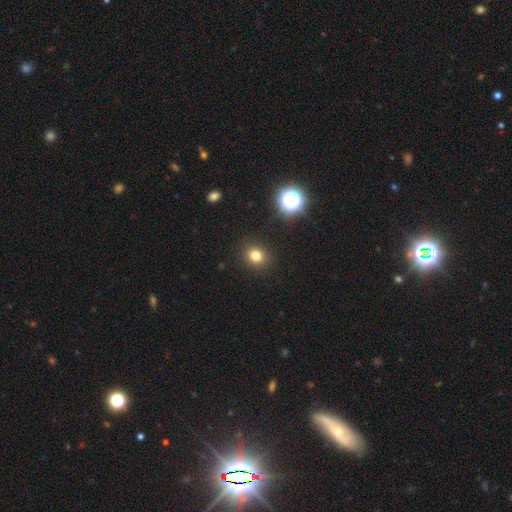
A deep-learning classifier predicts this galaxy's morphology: type=smooth (78%); roundness=round (75%); merging=none (91%).